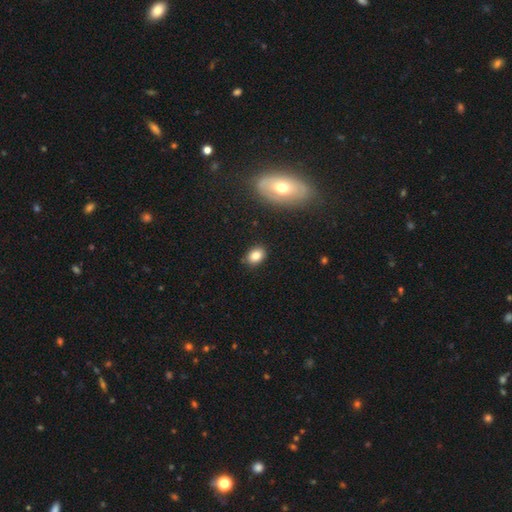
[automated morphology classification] A smooth galaxy with no disk features (83%) that is in between round and cigar-shaped (76%).

Vote fractions:
- Smooth or featured? smooth: 83% / star or artifact: 10% / featured or disk: 7%
- How rounded? in between: 76% / round: 23% / cigar-shaped: 1%
- Merging? none: 84% / minor disturbance: 12% / major disturbance: 2% / merger: 2%